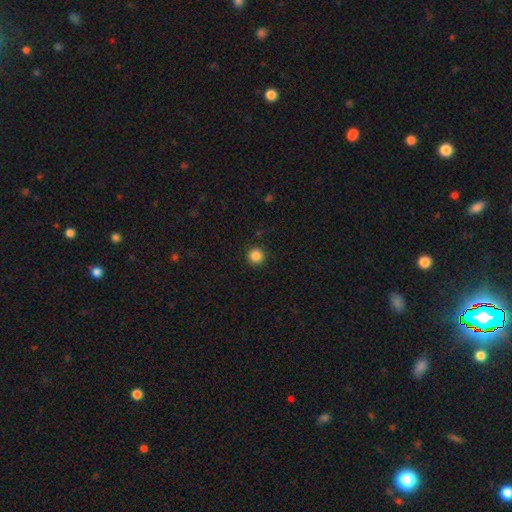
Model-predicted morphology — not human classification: This is clearly a smooth galaxy (87%). How rounded: clearly round (96%). Merging: clearly none (92%).